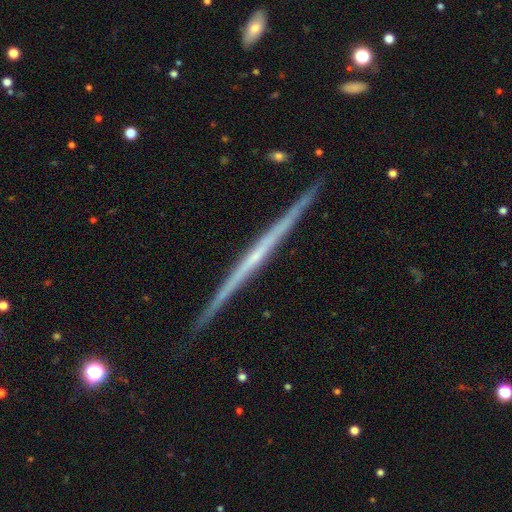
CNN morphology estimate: smooth-or-featured: featured or disk: 79% | smooth: 16% | star or artifact: 5%
  disk-edge-on: yes: 98% | no: 2%
    edge-on-bulge: none: 77% | rounded: 17% | boxy: 5%
  merging: none: 91% | minor disturbance: 6% | major disturbance: 1% | merger: 1%